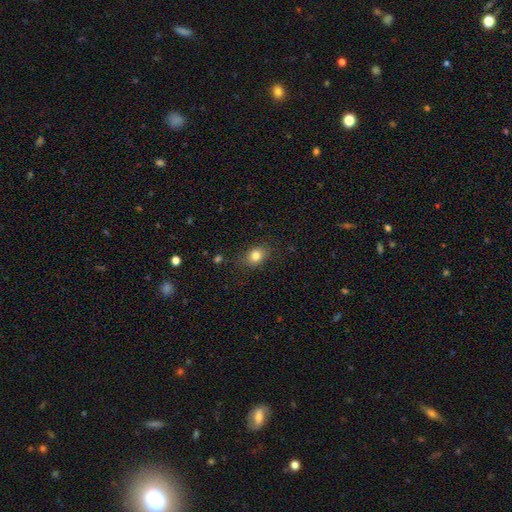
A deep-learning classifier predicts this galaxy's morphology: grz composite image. It shows a smooth galaxy with no disk features (82%) that is in between round and cigar-shaped (63%). Merging: none (83%).